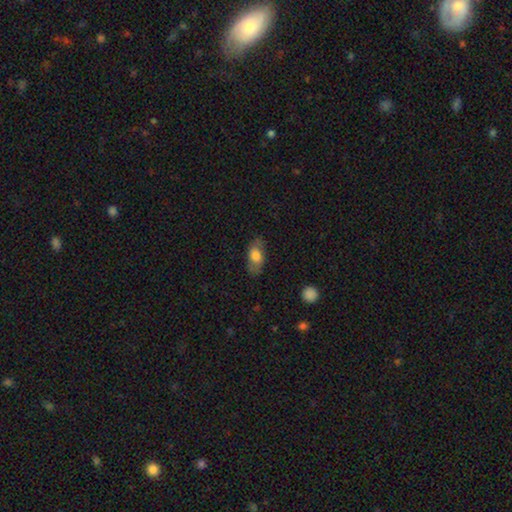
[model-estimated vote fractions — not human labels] This appears to be a smooth galaxy with no disk features (67%) that is in between round and cigar-shaped (86%). Merging: none (75%).